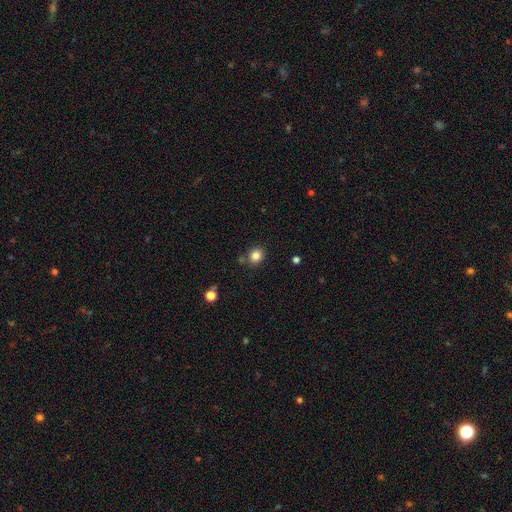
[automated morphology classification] Smooth or featured? smooth (84%)
How rounded? round (75%)
Merging? none (80%)